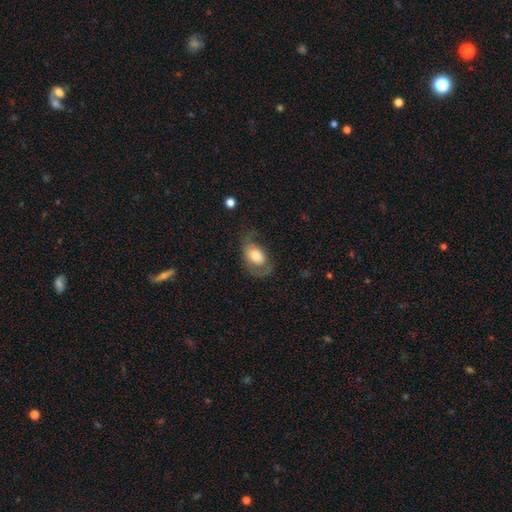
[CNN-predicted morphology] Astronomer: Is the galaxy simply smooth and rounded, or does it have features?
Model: smooth — 54% (runner-up: featured or disk, 39%).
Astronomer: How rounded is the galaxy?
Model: in between — 84%.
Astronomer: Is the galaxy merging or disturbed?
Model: none — 45% (runner-up: minor disturbance, 27%).